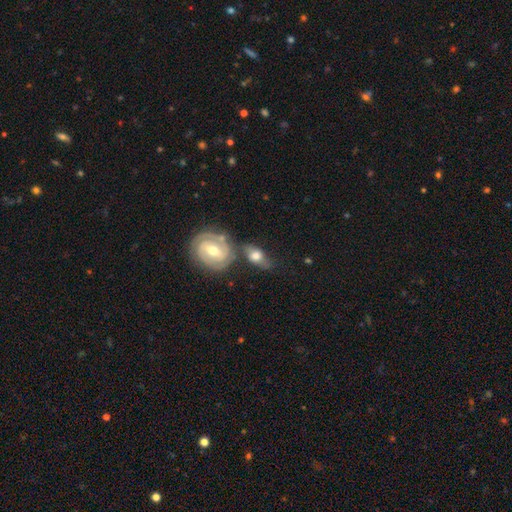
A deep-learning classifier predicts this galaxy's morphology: Smooth or featured: featured or disk — 47% (smooth — 46%)
Merging: none — 45% (merger — 28%)